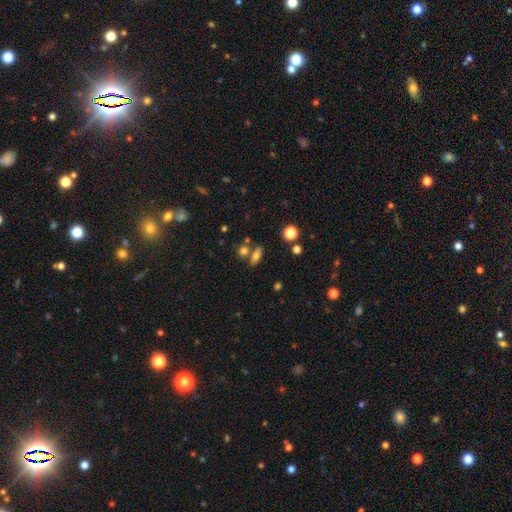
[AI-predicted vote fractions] This is likely a smooth galaxy (71%). How rounded: likely in between (67%). Merging: likely none (66%).